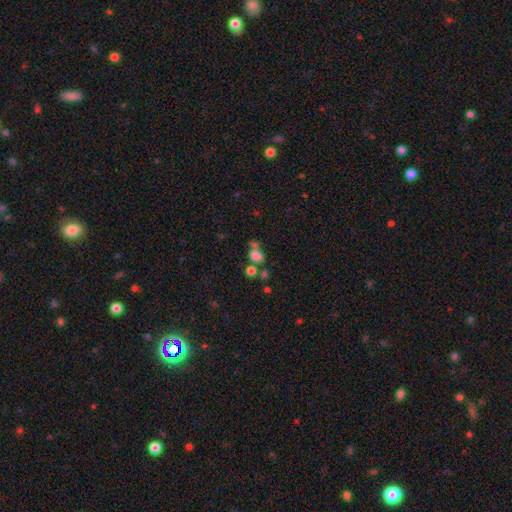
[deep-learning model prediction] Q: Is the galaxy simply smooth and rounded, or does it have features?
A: smooth — 73%.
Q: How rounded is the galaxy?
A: in between — 58%.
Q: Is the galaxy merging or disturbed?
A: merger — 39%.